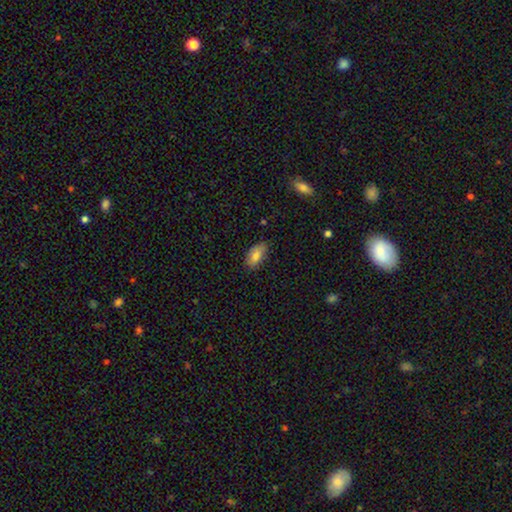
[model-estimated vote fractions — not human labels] This appears to be a smooth galaxy with no disk features (82%) that is in between round and cigar-shaped (90%). Merging: none (75%).